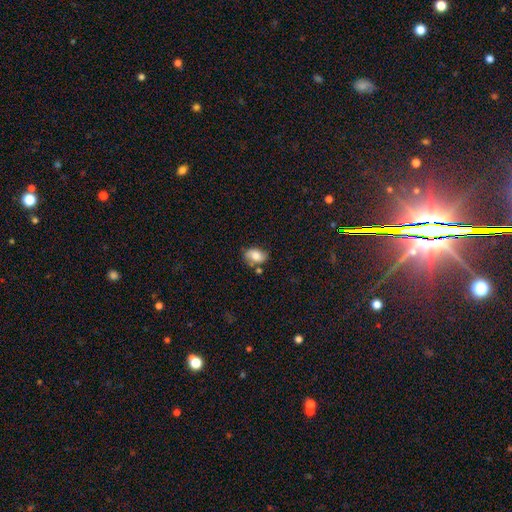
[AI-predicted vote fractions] Morphology: type=smooth (71%); roundness=in between (80%); merging=none (57%).